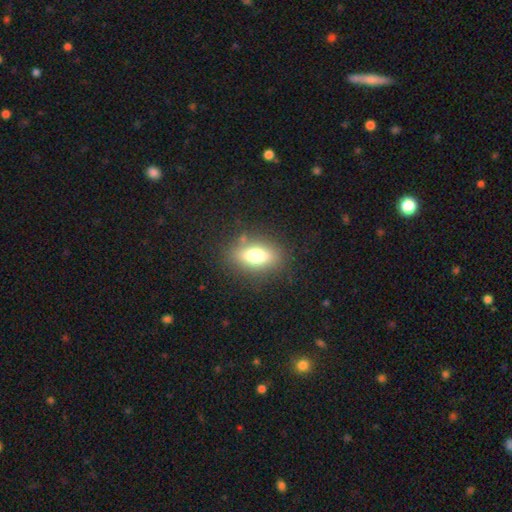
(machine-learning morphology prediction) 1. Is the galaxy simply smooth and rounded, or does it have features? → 66% smooth, 23% featured or disk, 12% star or artifact.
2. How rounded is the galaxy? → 74% in between, 16% round, 10% cigar-shaped.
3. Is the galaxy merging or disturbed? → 82% none, 11% minor disturbance, 5% major disturbance, 2% merger.